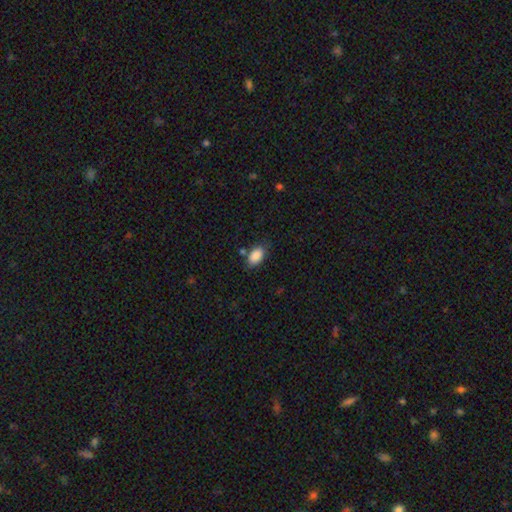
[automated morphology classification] Q: Smooth or featured?
A: smooth (88%); runner-up: star or artifact (8%)
Q: How rounded?
A: in between (91%); runner-up: round (7%)
Q: Merging?
A: none (75%); runner-up: minor disturbance (16%)